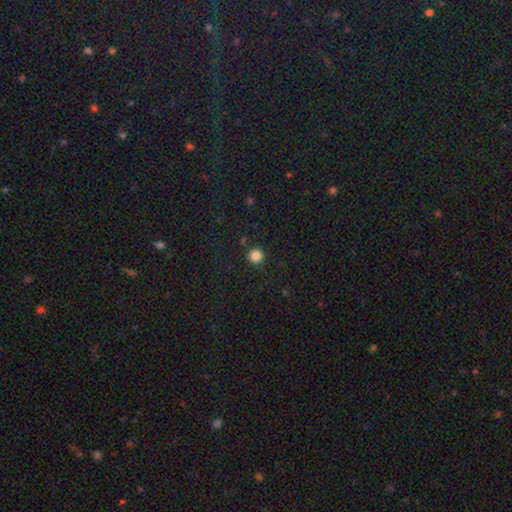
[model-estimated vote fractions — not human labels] Smooth or featured? smooth (84%)
How rounded? round (96%)
Merging? none (91%)